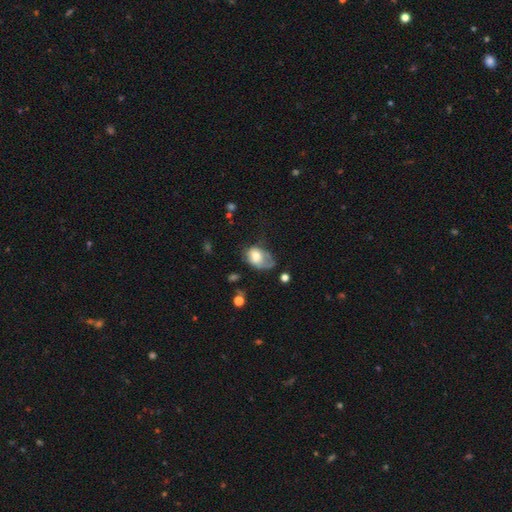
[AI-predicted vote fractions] smooth-or-featured: smooth: 61% | featured or disk: 30% | star or artifact: 8%
  how-rounded: in between: 78% | round: 21% | cigar-shaped: 1%
  merging: major disturbance: 39% | minor disturbance: 33% | none: 25% | merger: 4%